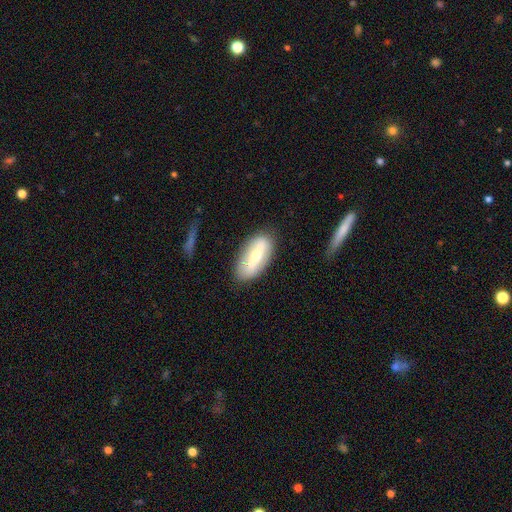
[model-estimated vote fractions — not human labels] featured or disk 53%, smooth 41%, star or artifact 6%. Down the decision tree: edge-on disk — no (70%); merging — none (82%).